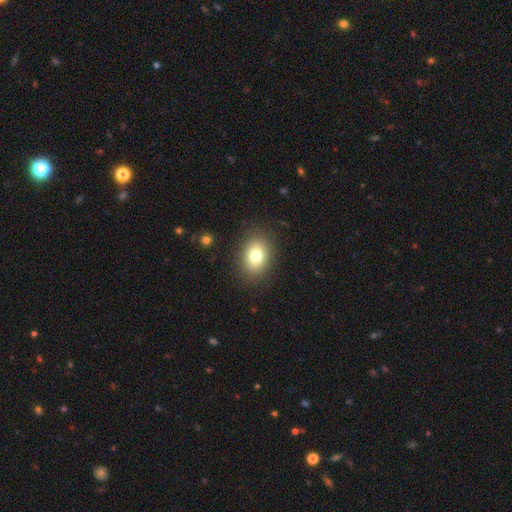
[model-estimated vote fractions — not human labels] smooth_or_featured: smooth (p=0.79) [alt: featured or disk p=0.11]
how_rounded: in between (p=0.66) [alt: round p=0.33]
merging: none (p=0.87) [alt: minor disturbance p=0.09]